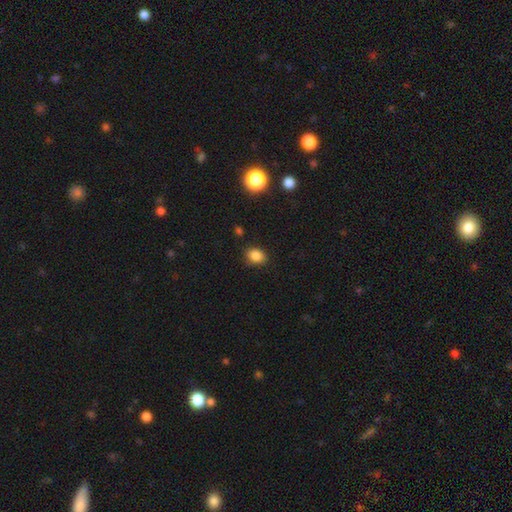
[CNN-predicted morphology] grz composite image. It shows a smooth galaxy with no disk features (84%) that is in between round and cigar-shaped (59%). Merging: none (83%).